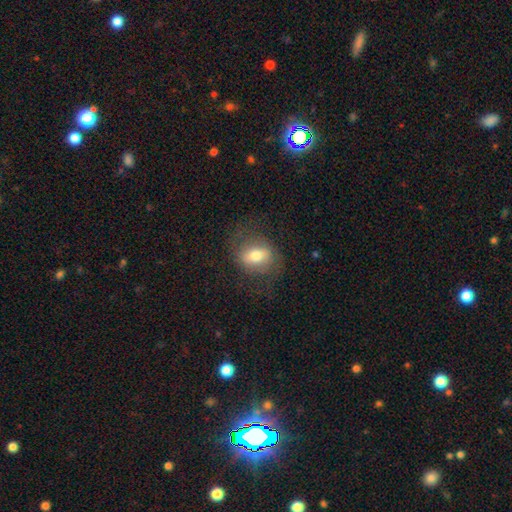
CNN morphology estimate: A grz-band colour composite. It shows a smooth galaxy with no disk features (59%) that is in between round and cigar-shaped (58%). Merging: none (71%).